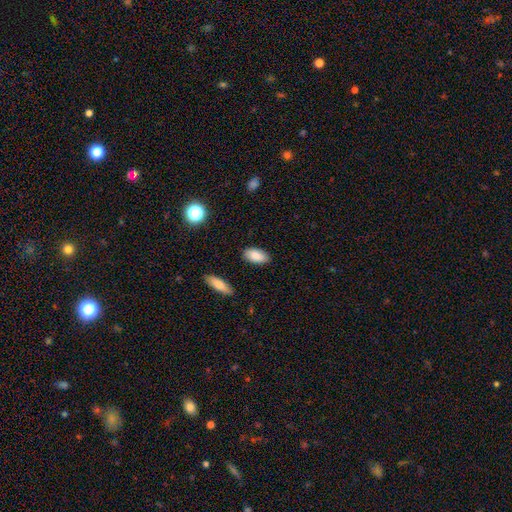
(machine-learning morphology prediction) The model was most divided on "merging": none: 87%, minor disturbance: 10%, major disturbance: 2%, merger: 1%. More confident: how rounded — in between (92%); smooth or featured — smooth (88%).